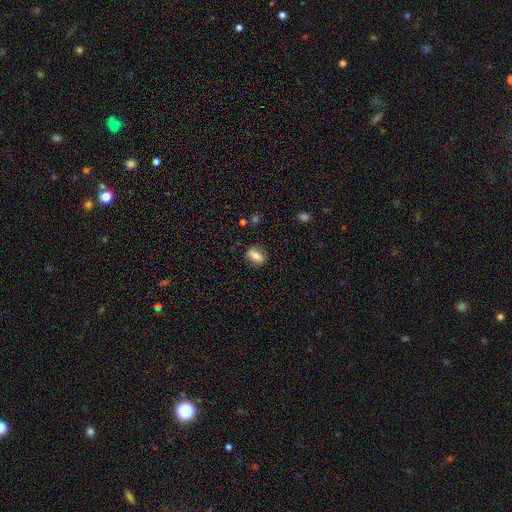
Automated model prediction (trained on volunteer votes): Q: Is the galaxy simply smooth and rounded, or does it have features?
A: smooth — 68%.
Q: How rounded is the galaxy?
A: in between — 68%.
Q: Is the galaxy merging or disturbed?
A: none — 83%.